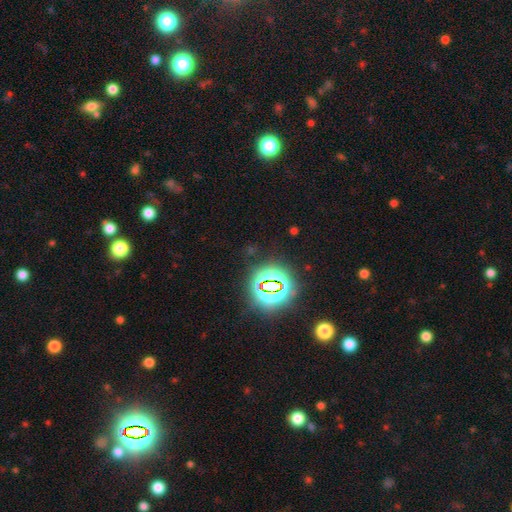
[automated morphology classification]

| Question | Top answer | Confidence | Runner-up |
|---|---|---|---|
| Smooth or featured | star or artifact | 80% | smooth (12%) |